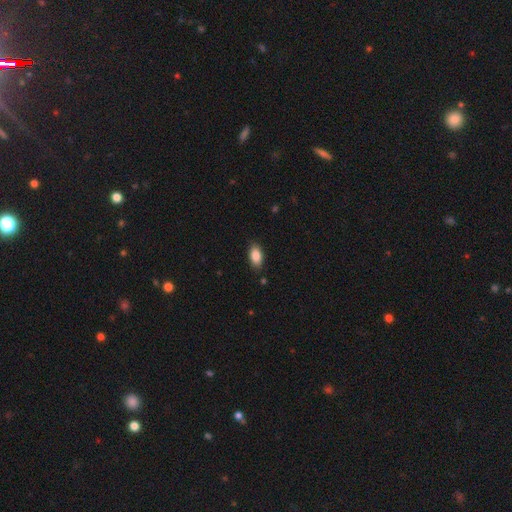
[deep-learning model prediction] Smooth or featured?
  - smooth: 87% *
  - star or artifact: 7%
  - featured or disk: 6%
How rounded?
  - in between: 92% *
  - cigar-shaped: 4%
  - round: 4%
Merging?
  - none: 86% *
  - minor disturbance: 10%
  - major disturbance: 2%
  - merger: 1%